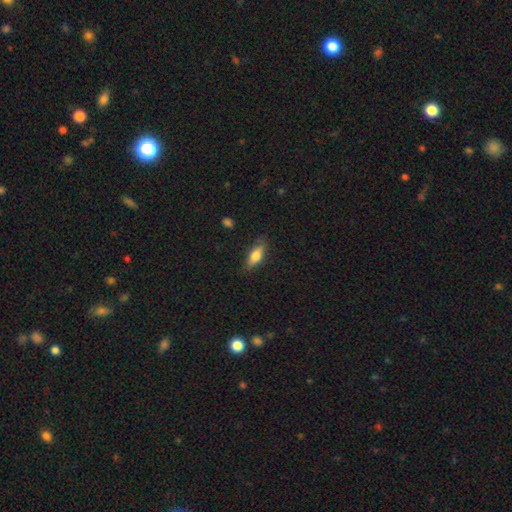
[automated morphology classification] Smooth or featured?
  - smooth: 70% *
  - featured or disk: 23%
  - star or artifact: 7%
How rounded?
  - in between: 65% *
  - cigar-shaped: 32%
  - round: 3%
Merging?
  - none: 80% *
  - minor disturbance: 16%
  - major disturbance: 3%
  - merger: 1%